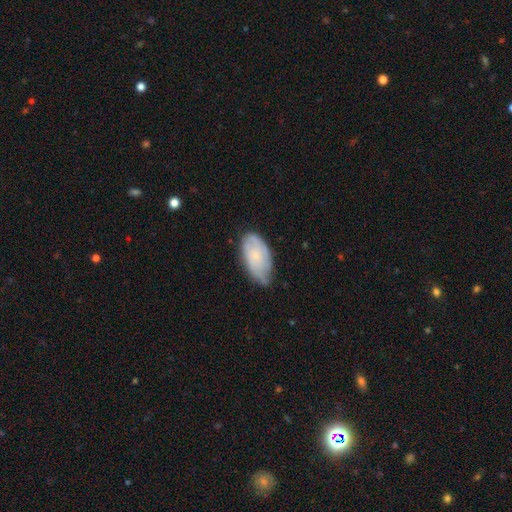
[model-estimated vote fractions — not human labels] Smooth or featured: smooth — 54% (featured or disk — 39%)
How rounded: in between — 93% (cigar-shaped — 4%)
Merging: none — 54% (minor disturbance — 36%)